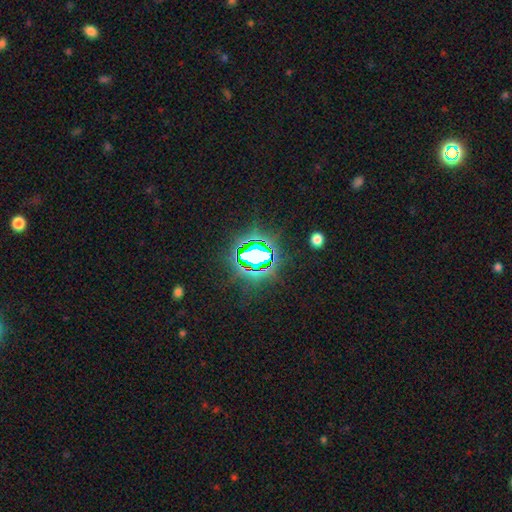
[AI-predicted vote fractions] Smooth or featured? star or artifact (76%)